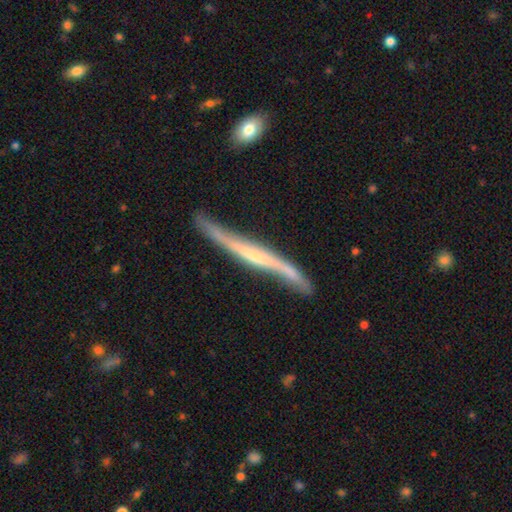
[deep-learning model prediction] Smooth or featured?
  - featured or disk: 78% *
  - smooth: 17%
  - star or artifact: 5%
Edge-on disk?
  - yes: 72% *
  - no: 28%
Edge-on bulge?
  - none: 55% *
  - rounded: 25%
  - boxy: 20%
Merging?
  - none: 57% *
  - minor disturbance: 26%
  - major disturbance: 11%
  - merger: 5%